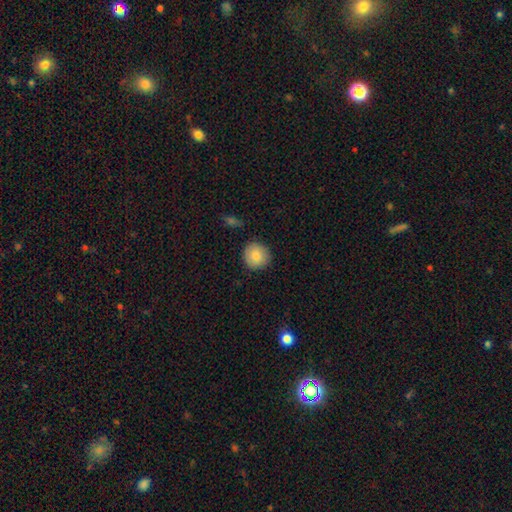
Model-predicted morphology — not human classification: smooth_or_featured: smooth (p=0.85) [alt: featured or disk p=0.08]
how_rounded: round (p=0.92) [alt: in between p=0.07]
merging: none (p=0.86) [alt: minor disturbance p=0.10]